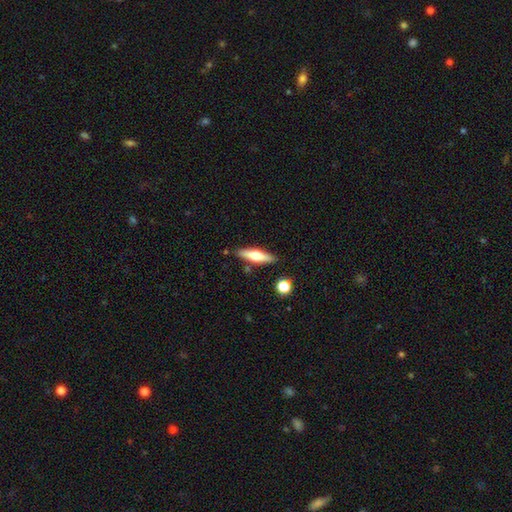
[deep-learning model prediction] smooth 50%, featured or disk 44%, star or artifact 6%. Down the decision tree: how rounded — cigar-shaped (70%); merging — none (84%).